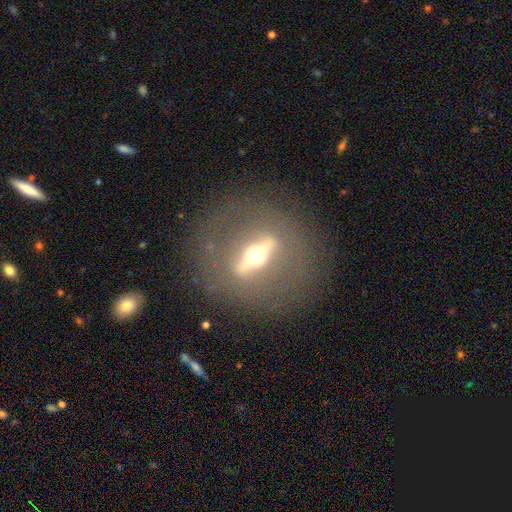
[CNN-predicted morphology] smooth-or-featured: featured or disk: 82% | smooth: 11% | star or artifact: 8%
  disk-edge-on: yes: 65% | no: 35%
    edge-on-bulge: rounded: 96% | boxy: 3% | none: 1%
  merging: none: 83% | minor disturbance: 8% | major disturbance: 7% | merger: 1%